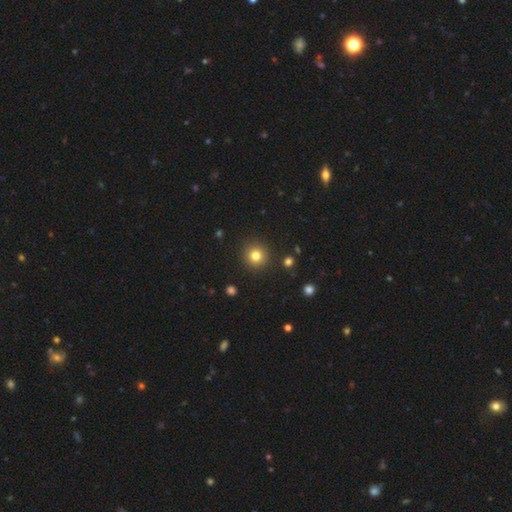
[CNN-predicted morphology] Overall: smooth (81%). How rounded: round (94%). Merging: none (91%).